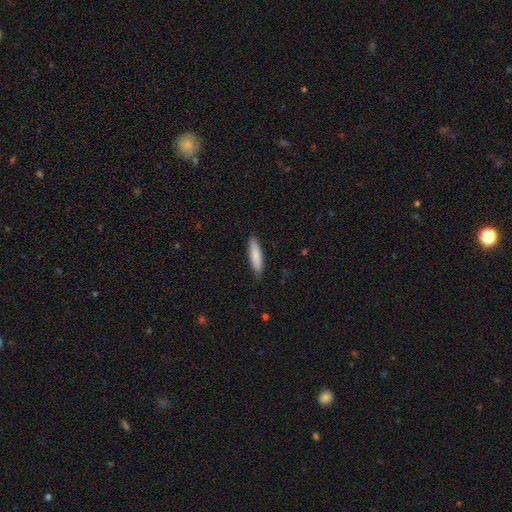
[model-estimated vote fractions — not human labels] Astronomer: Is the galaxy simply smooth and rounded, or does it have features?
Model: smooth — 83%.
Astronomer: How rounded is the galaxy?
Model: cigar-shaped — 75%.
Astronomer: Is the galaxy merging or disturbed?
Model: none — 84%.